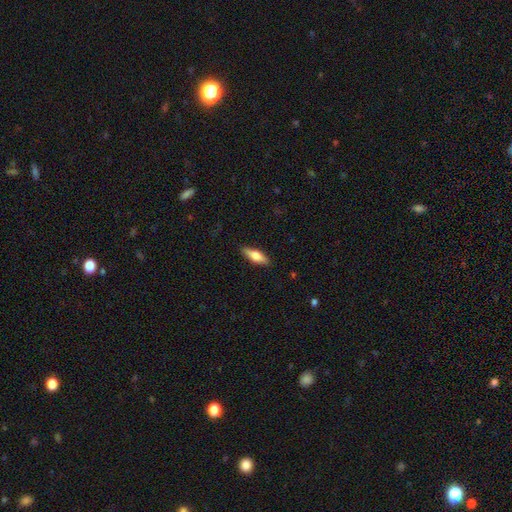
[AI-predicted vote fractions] Smooth or featured? smooth (62%)
How rounded? in between (53%)
Merging? none (87%)